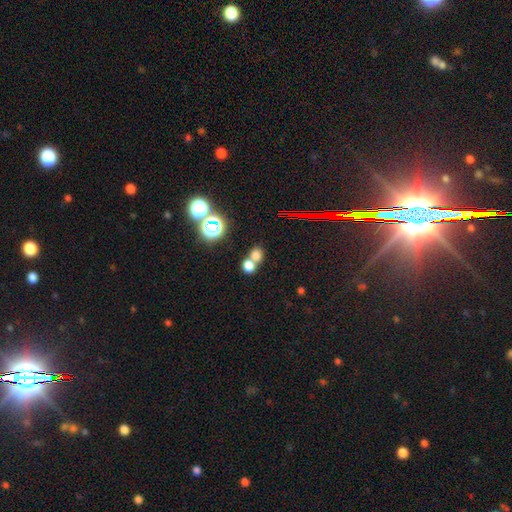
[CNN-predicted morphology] Smooth or featured? smooth (71%)
How rounded? round (71%)
Merging? merger (50%)